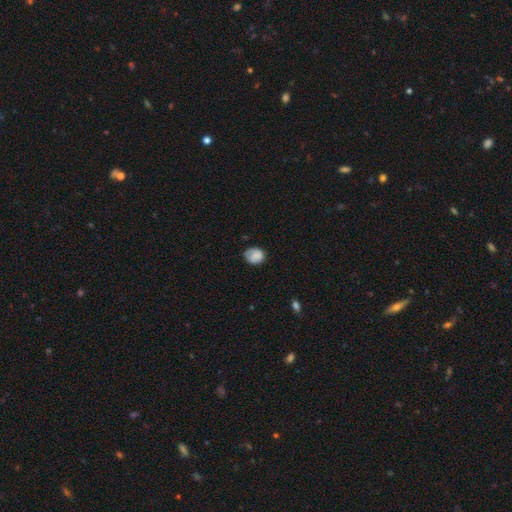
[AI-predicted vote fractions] Q: Smooth or featured?
A: smooth (78%); runner-up: featured or disk (14%)
Q: How rounded?
A: round (65%); runner-up: in between (34%)
Q: Merging?
A: none (63%); runner-up: minor disturbance (27%)